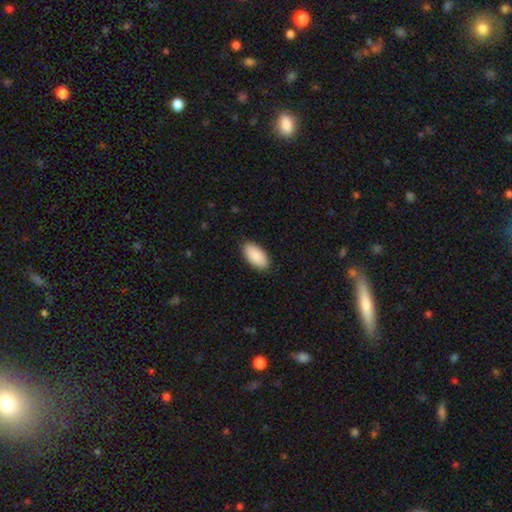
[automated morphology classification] Smooth or featured?
  - smooth: 90% *
  - star or artifact: 6%
  - featured or disk: 4%
How rounded?
  - in between: 96% *
  - cigar-shaped: 3%
  - round: 2%
Merging?
  - none: 88% *
  - minor disturbance: 9%
  - major disturbance: 2%
  - merger: 1%